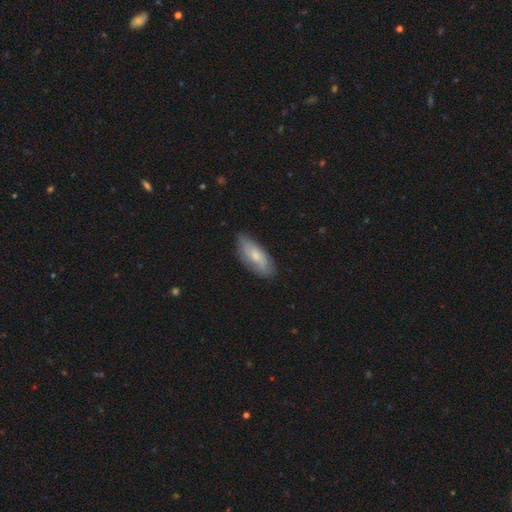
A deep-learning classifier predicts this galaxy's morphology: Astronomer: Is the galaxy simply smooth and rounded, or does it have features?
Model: smooth — 59% (runner-up: featured or disk, 35%).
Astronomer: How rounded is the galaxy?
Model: in between — 80%.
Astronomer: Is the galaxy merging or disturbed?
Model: none — 74%.